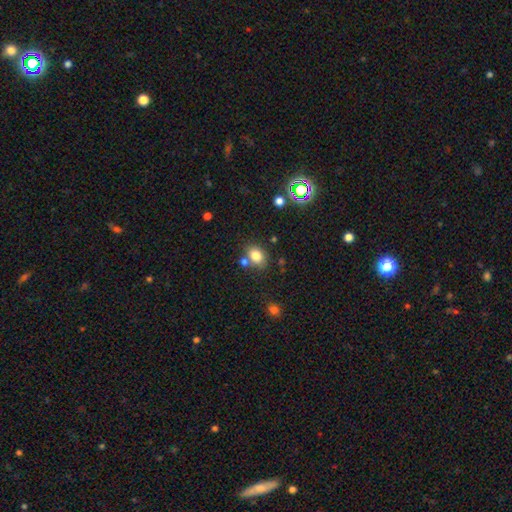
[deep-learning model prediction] This is clearly a smooth galaxy (81%). How rounded: possibly in between (59%). Merging: likely none (68%).